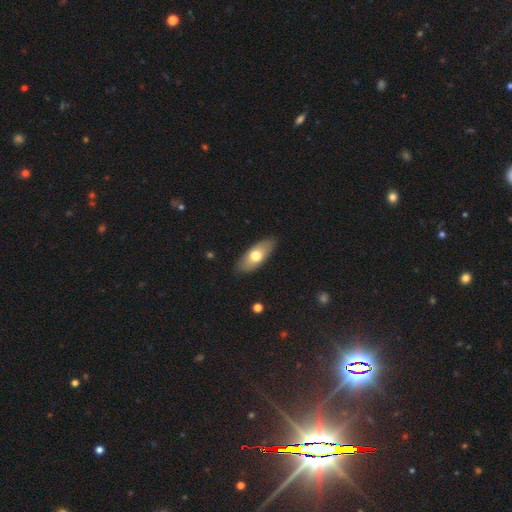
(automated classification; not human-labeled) Smooth or featured? smooth (67%)
How rounded? in between (82%)
Merging? none (86%)